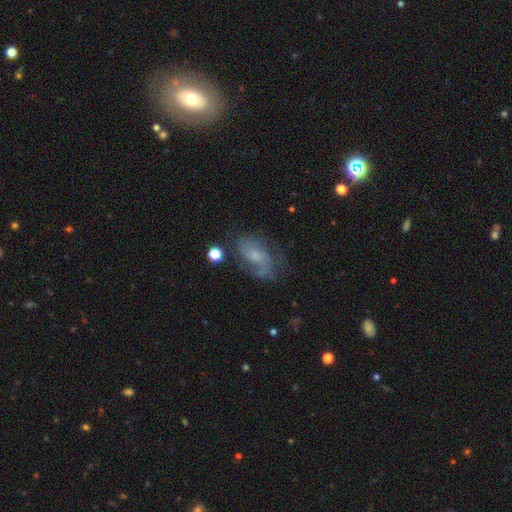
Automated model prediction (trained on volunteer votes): Smooth or featured?
  - featured or disk: 69% *
  - smooth: 21%
  - star or artifact: 10%
Edge-on disk?
  - no: 96% *
  - yes: 4%
Bar?
  - no: 62% *
  - weak: 32%
  - strong: 5%
Spiral arms?
  - yes: 89% *
  - no: 11%
Spiral winding?
  - medium: 46% *
  - loose: 30%
  - tight: 24%
Spiral arm count?
  - 2: 63% *
  - can't tell: 18%
  - 1: 10%
  - 3: 5%
  - 4: 2%
  - more than 4: 2%
Bulge size?
  - small: 56% *
  - moderate: 30%
  - none: 10%
  - large: 3%
  - dominant: 1%
Merging?
  - none: 60% *
  - minor disturbance: 22%
  - major disturbance: 15%
  - merger: 3%